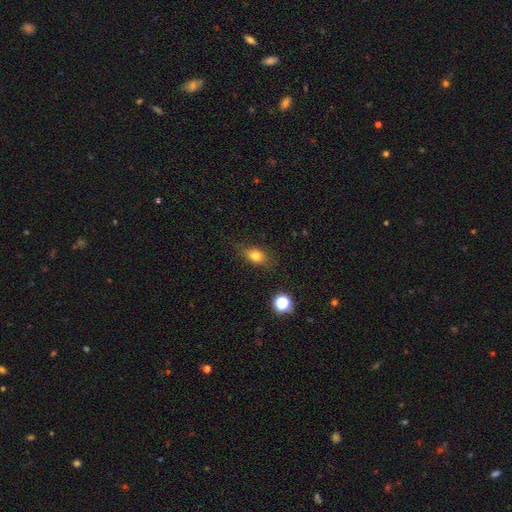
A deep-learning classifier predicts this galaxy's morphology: Smooth or featured? smooth (76%)
How rounded? in between (71%)
Merging? none (78%)